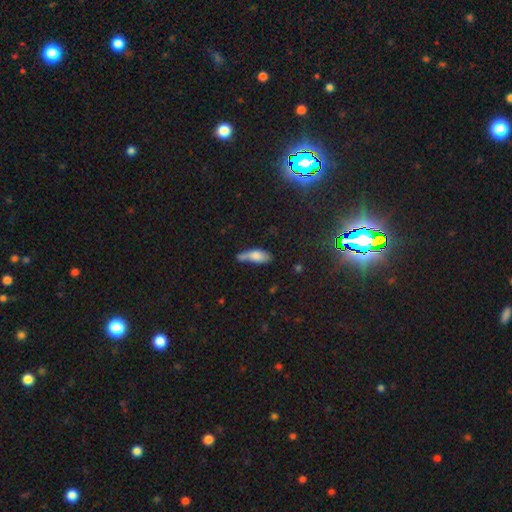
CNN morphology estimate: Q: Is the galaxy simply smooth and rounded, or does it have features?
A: smooth — 74%.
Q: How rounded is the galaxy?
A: in between — 69%.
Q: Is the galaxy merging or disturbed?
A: none — 32%.